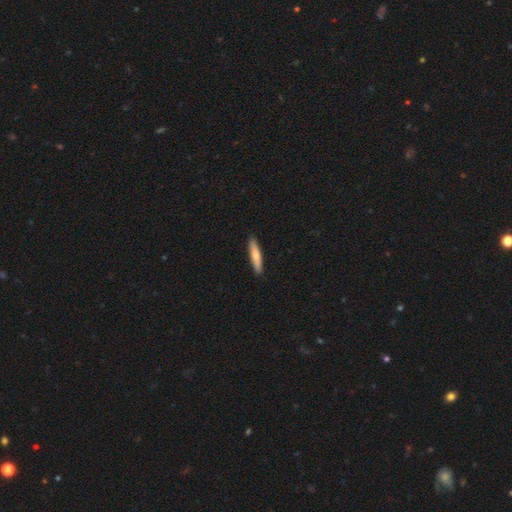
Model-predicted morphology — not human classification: This is likely a smooth galaxy (67%). How rounded: clearly cigar-shaped (88%). Merging: clearly none (91%).